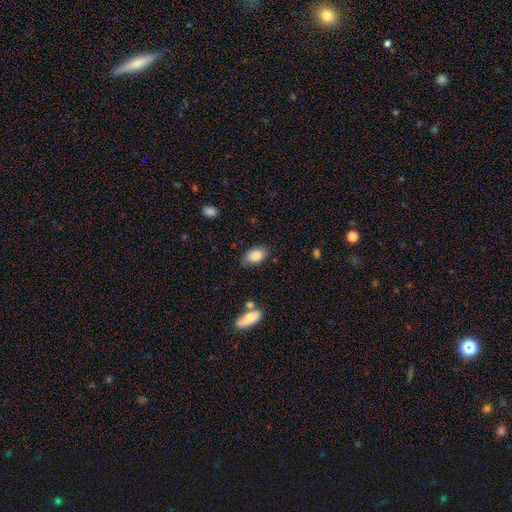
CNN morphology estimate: Smooth or featured? smooth (83%)
How rounded? in between (91%)
Merging? none (72%)